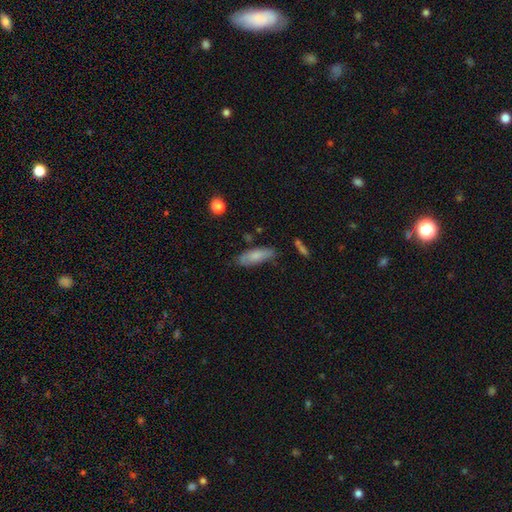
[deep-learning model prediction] smooth_or_featured: smooth (p=0.77) [alt: featured or disk p=0.17]
how_rounded: in between (p=0.54) [alt: cigar-shaped p=0.44]
merging: none (p=0.72) [alt: minor disturbance p=0.20]